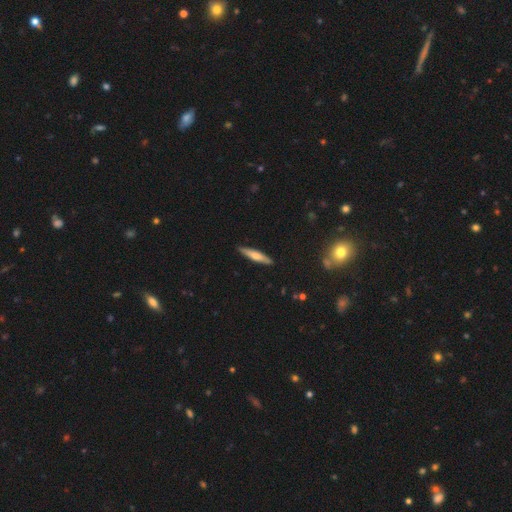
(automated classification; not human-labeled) Smooth or featured: smooth — 55% (featured or disk — 38%)
How rounded: cigar-shaped — 87% (in between — 11%)
Merging: none — 89% (minor disturbance — 9%)